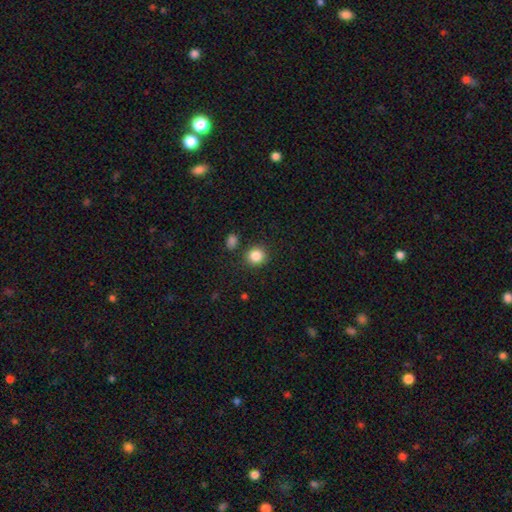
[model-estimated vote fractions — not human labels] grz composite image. It shows a smooth galaxy with no disk features (86%) that is round (87%). Merging: none (85%).